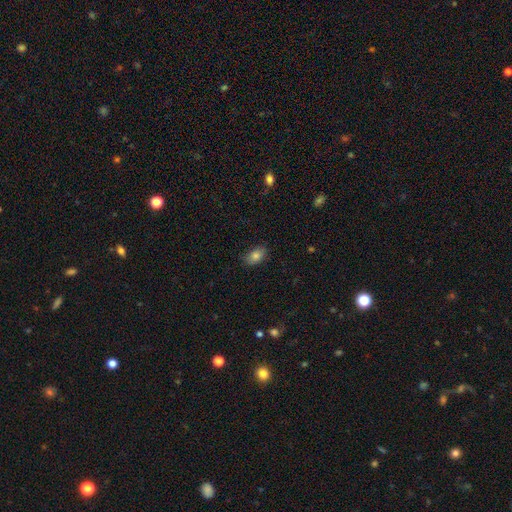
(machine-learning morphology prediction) Smooth or featured? smooth (82%)
How rounded? in between (90%)
Merging? none (81%)